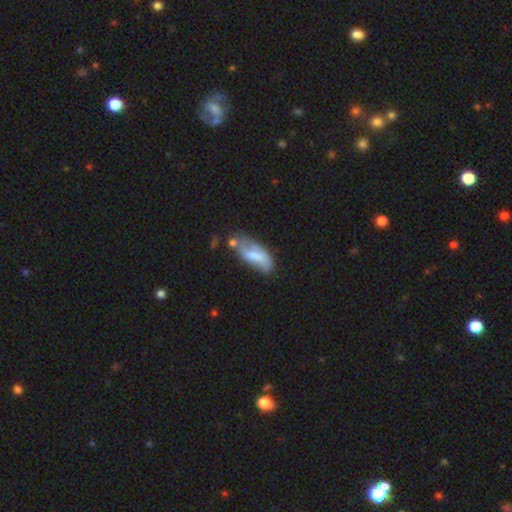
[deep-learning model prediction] Smooth or featured? smooth (57%)
How rounded? in between (80%)
Merging? none (37%)